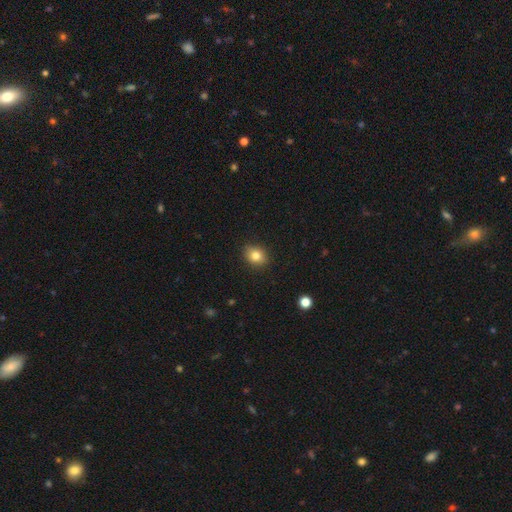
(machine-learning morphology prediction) smooth 81%, star or artifact 11%, featured or disk 9%. Down the decision tree: how rounded — round (53%); merging — none (88%).